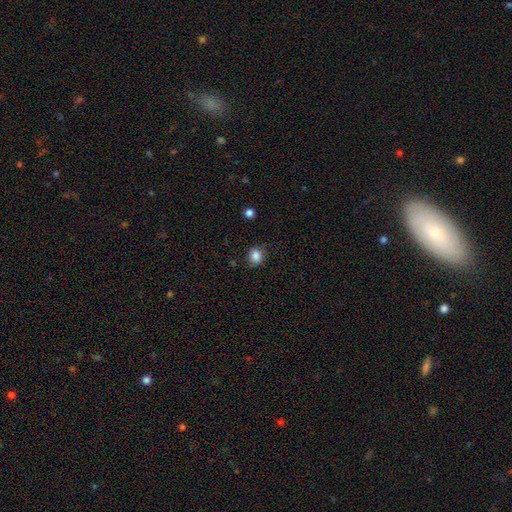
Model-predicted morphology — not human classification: smooth-or-featured: smooth: 86% | star or artifact: 11% | featured or disk: 4%
  how-rounded: round: 77% | in between: 22% | cigar-shaped: 1%
  merging: none: 82% | minor disturbance: 13% | major disturbance: 3% | merger: 2%